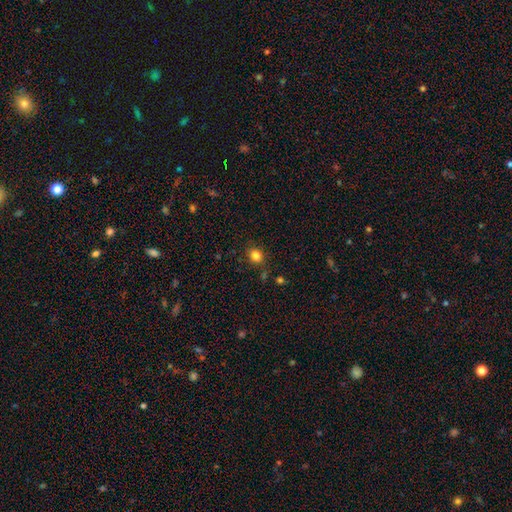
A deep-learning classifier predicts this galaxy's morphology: Smooth or featured: smooth — 83% (star or artifact — 12%)
How rounded: round — 64% (in between — 35%)
Merging: none — 83% (minor disturbance — 11%)